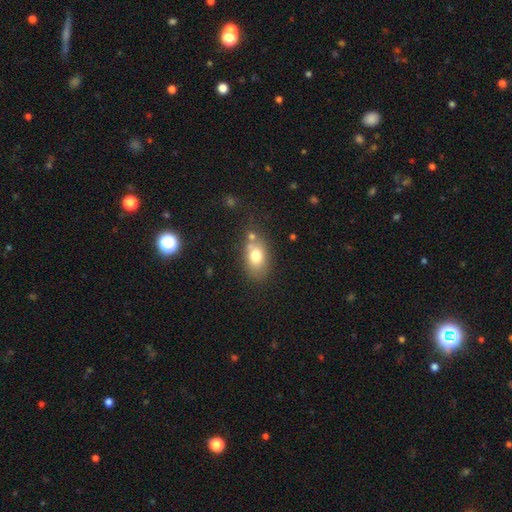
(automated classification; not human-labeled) Q: Smooth or featured?
A: smooth (74%); runner-up: featured or disk (17%)
Q: How rounded?
A: in between (82%); runner-up: round (16%)
Q: Merging?
A: none (60%); runner-up: minor disturbance (17%)